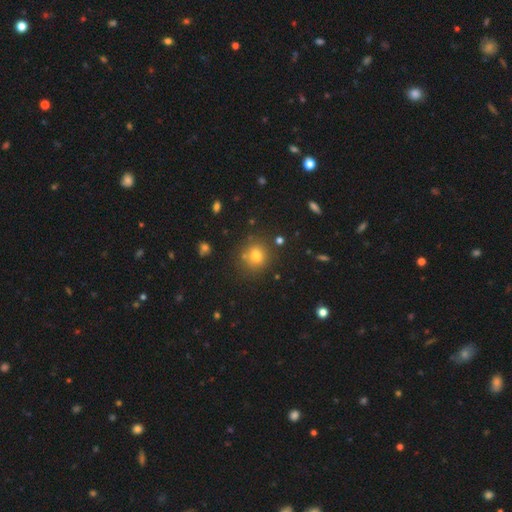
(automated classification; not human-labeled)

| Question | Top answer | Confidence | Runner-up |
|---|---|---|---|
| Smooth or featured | smooth | 74% | star or artifact (17%) |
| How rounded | round | 85% | in between (14%) |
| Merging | none | 79% | minor disturbance (10%) |